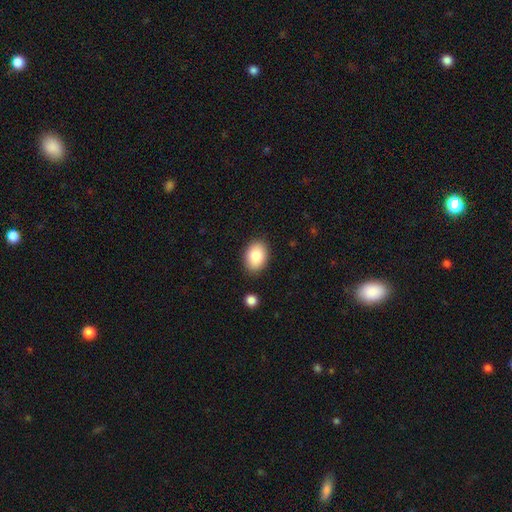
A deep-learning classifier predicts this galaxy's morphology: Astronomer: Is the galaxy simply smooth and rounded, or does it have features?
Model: smooth — 85%.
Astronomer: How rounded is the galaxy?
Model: in between — 81%.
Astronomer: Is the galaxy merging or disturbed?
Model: none — 87%.